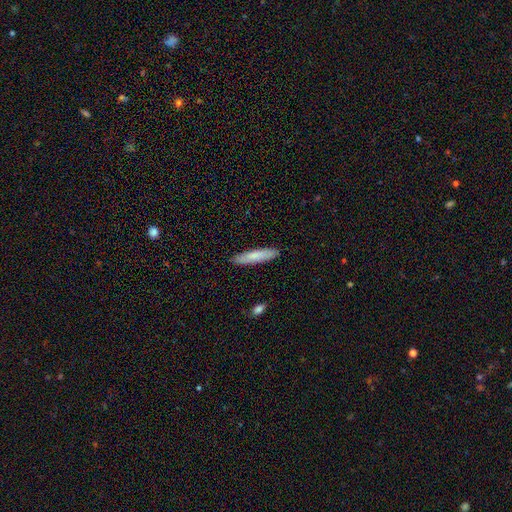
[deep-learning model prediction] The model was most divided on "smooth or featured": smooth: 79%, featured or disk: 16%, star or artifact: 5%. More confident: merging — none (89%); how rounded — cigar-shaped (82%).